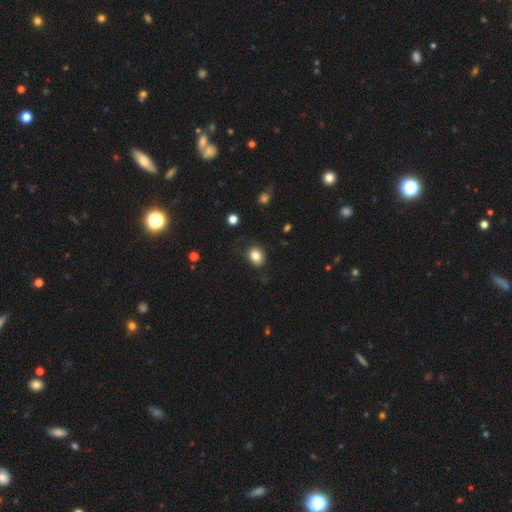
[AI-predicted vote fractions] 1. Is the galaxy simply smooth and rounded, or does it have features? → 83% smooth, 10% star or artifact, 7% featured or disk.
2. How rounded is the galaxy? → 56% round, 44% in between, 1% cigar-shaped.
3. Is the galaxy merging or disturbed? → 83% none, 13% minor disturbance, 3% major disturbance, 1% merger.